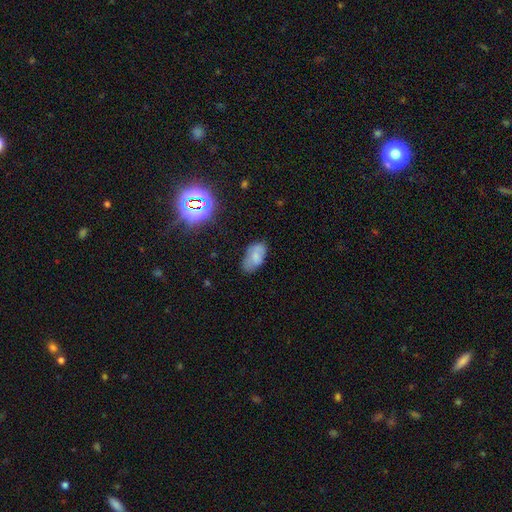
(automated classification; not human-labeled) Smooth or featured? Predicted: smooth (p=0.68). How rounded? Predicted: in between (p=0.93). Merging? Predicted: none (p=0.64).